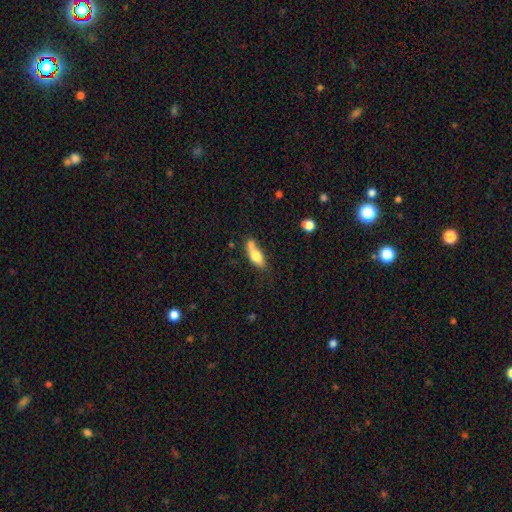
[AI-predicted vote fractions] smooth_or_featured: smooth (p=0.72) [alt: featured or disk p=0.21]
how_rounded: in between (p=0.75) [alt: cigar-shaped p=0.21]
merging: none (p=0.39) [alt: merger p=0.30]